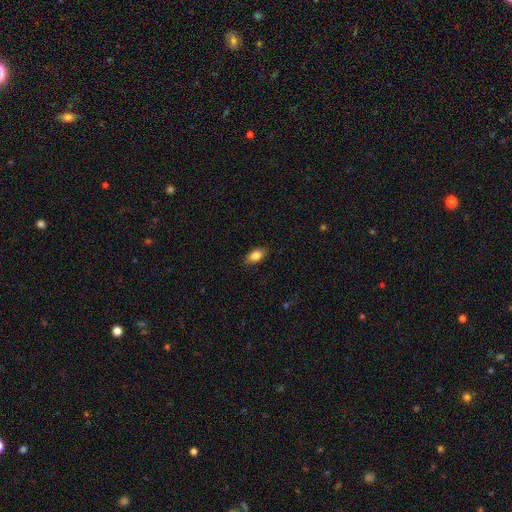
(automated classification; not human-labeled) This is clearly a smooth galaxy (83%). How rounded: clearly in between (88%). Merging: clearly none (86%).